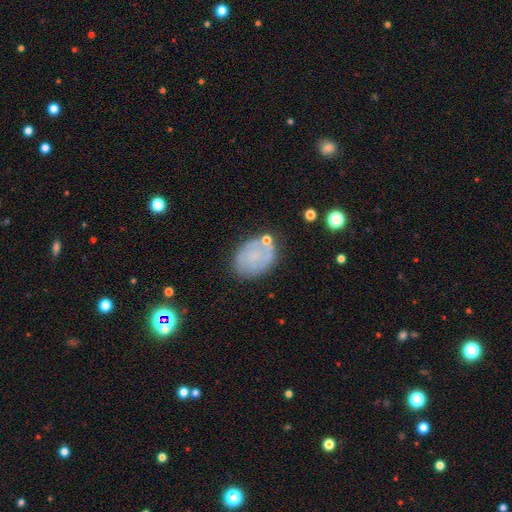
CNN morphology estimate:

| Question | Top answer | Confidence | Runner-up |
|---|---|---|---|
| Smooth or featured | smooth | 52% | featured or disk (38%) |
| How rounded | in between | 71% | round (28%) |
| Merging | none | 68% | minor disturbance (19%) |